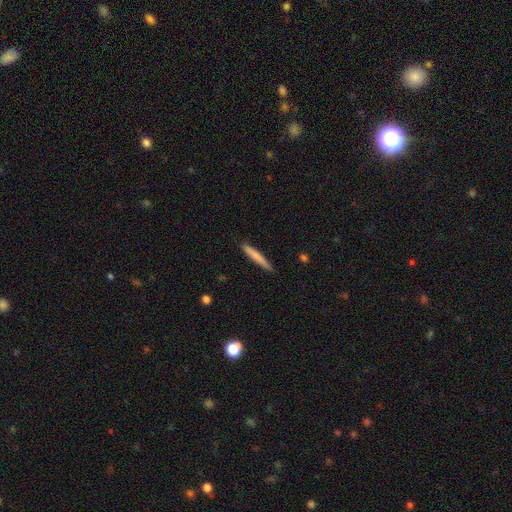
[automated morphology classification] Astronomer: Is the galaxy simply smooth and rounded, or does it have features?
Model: smooth — 73%.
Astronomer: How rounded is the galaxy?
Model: cigar-shaped — 95%.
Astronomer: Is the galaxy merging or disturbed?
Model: none — 87%.